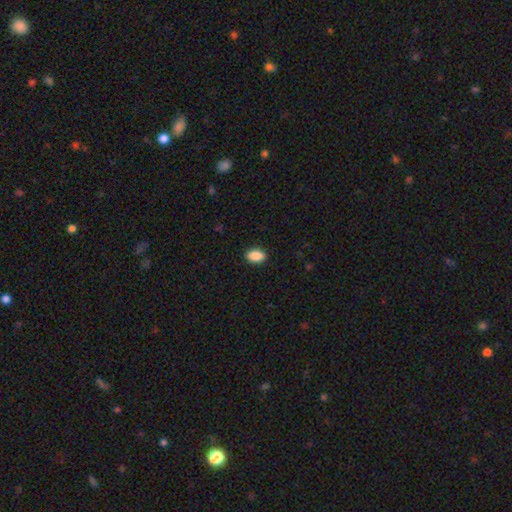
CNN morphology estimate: A smooth galaxy with no disk features (88%) that is in between round and cigar-shaped (91%). Merging: none (90%).